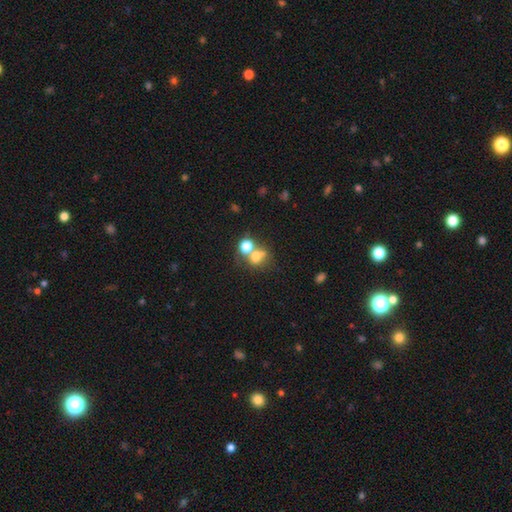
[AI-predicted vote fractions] smooth 68%, featured or disk 16%, star or artifact 16%. Down the decision tree: how rounded — round (62%); merging — merger (53%).